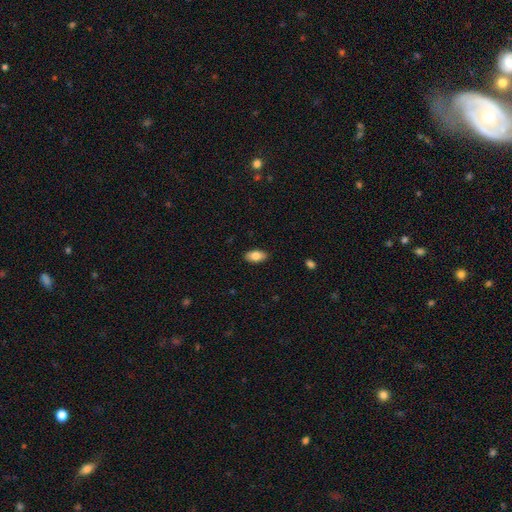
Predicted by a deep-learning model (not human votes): Morphology: type=smooth (82%); roundness=in between (92%); merging=none (89%).